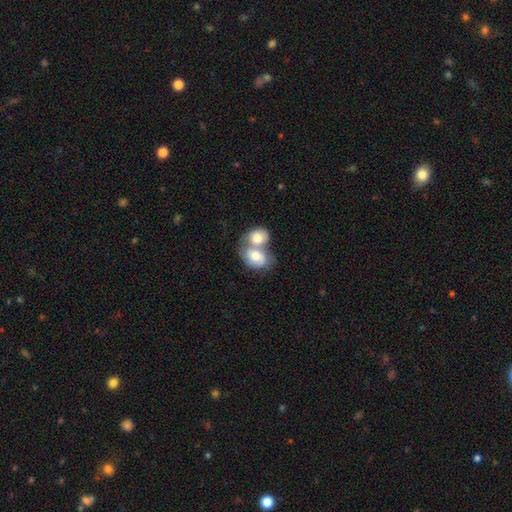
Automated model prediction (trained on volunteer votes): This appears to be a smooth galaxy with no disk features (65%) that is in between round and cigar-shaped (65%). Merging: merger (76%).